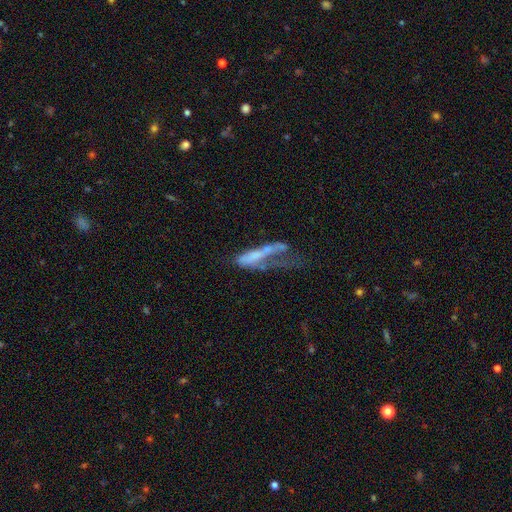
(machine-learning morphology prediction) smooth_or_featured: featured or disk (p=0.46) [alt: smooth p=0.42]
merging: major disturbance (p=0.49) [alt: merger p=0.25]